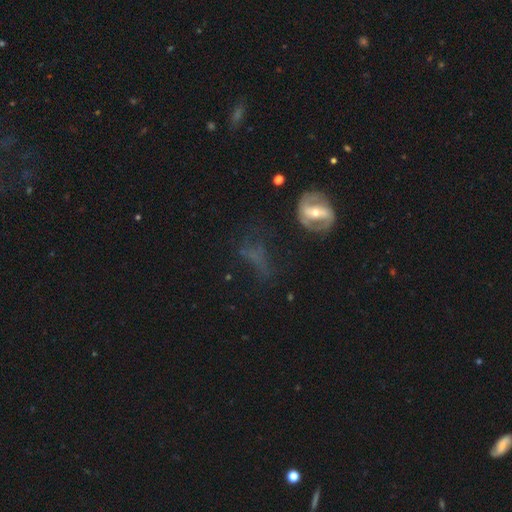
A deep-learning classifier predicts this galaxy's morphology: Smooth or featured: featured or disk — 48% (smooth — 29%)
Merging: none — 43% (major disturbance — 29%)